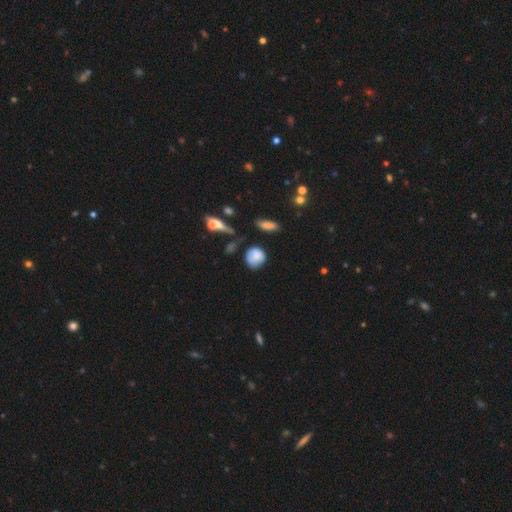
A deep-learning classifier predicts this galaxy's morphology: smooth_or_featured: smooth (p=0.80) [alt: featured or disk p=0.11]
how_rounded: round (p=0.75) [alt: in between p=0.23]
merging: none (p=0.58) [alt: minor disturbance p=0.26]